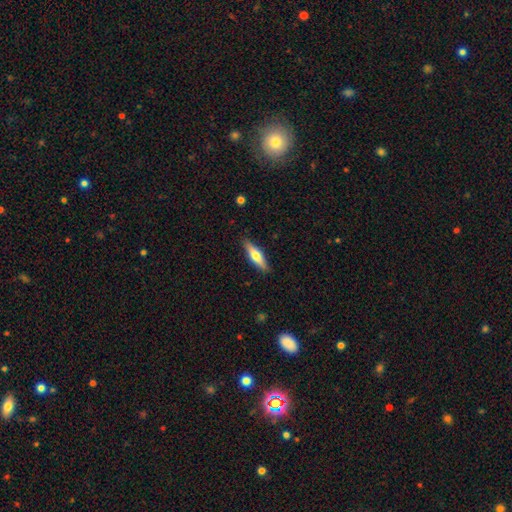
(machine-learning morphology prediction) smooth_or_featured: smooth (p=0.55) [alt: featured or disk p=0.40]
how_rounded: cigar-shaped (p=0.67) [alt: in between p=0.31]
merging: none (p=0.88) [alt: minor disturbance p=0.09]